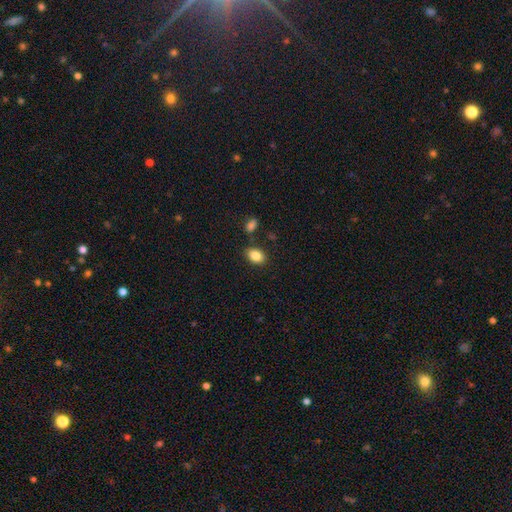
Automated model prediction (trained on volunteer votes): The model was most divided on "how rounded": in between: 83%, round: 16%, cigar-shaped: 1%. More confident: smooth or featured — smooth (86%); merging — none (82%).